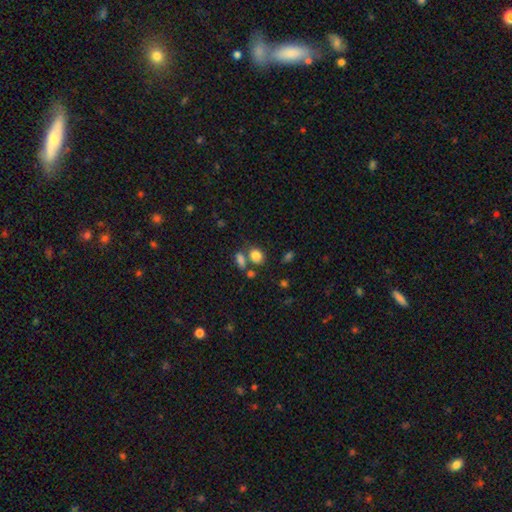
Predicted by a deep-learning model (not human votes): smooth-or-featured: smooth: 82% | star or artifact: 11% | featured or disk: 7%
  how-rounded: in between: 59% | round: 39% | cigar-shaped: 2%
  merging: none: 58% | merger: 24% | minor disturbance: 12% | major disturbance: 5%